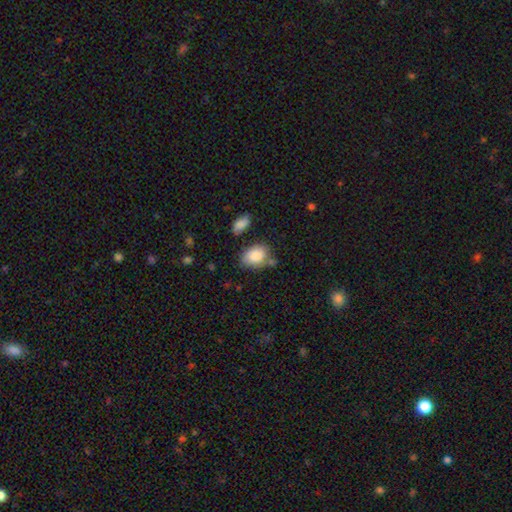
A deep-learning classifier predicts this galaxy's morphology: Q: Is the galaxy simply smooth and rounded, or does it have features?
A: smooth — 86%.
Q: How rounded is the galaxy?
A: in between — 78%.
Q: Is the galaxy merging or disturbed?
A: none — 62%.